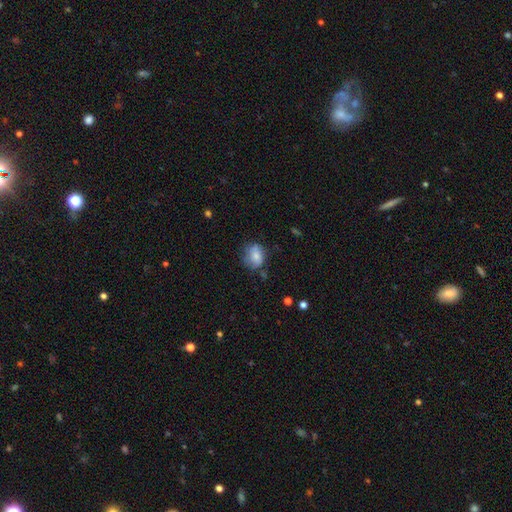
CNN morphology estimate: smooth-or-featured: smooth: 74% | featured or disk: 17% | star or artifact: 9%
  how-rounded: in between: 51% | round: 47% | cigar-shaped: 1%
  merging: none: 58% | minor disturbance: 29% | major disturbance: 9% | merger: 3%